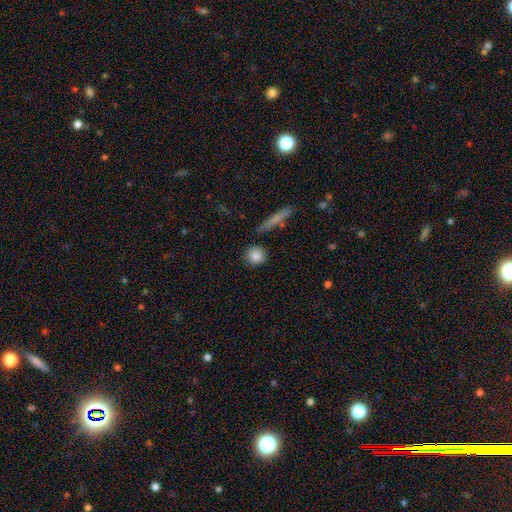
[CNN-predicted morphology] Overall: smooth (85%). How rounded: round (87%). Merging: none (83%).